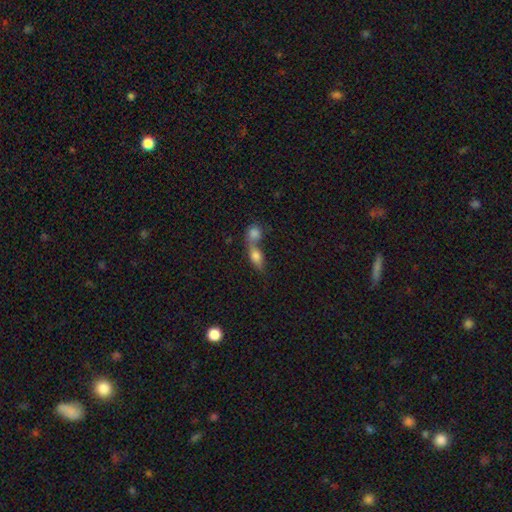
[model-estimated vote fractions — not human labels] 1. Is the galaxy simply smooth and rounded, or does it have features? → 74% smooth, 17% featured or disk, 9% star or artifact.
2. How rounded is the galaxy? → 66% in between, 21% round, 13% cigar-shaped.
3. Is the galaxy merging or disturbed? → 66% merger, 23% none, 7% minor disturbance, 4% major disturbance.